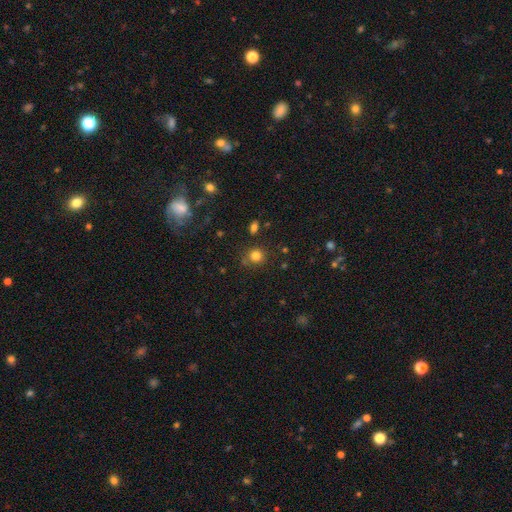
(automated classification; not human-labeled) Morphology: type=smooth (80%); roundness=round (87%); merging=none (78%).